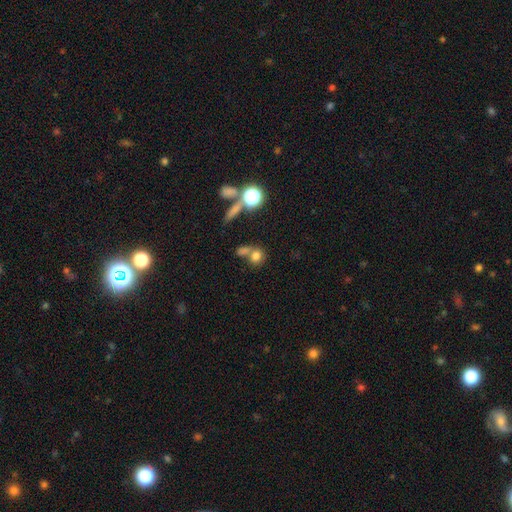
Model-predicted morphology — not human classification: Smooth or featured? smooth (72%)
How rounded? round (73%)
Merging? none (46%)